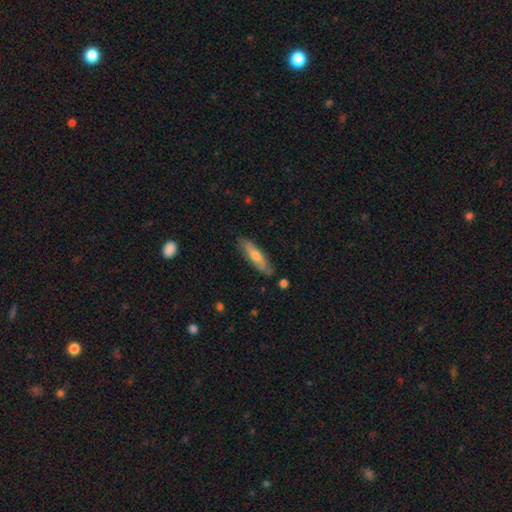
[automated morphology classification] Smooth or featured? Predicted: smooth (p=0.58). How rounded? Predicted: cigar-shaped (p=0.68). Merging? Predicted: none (p=0.81).